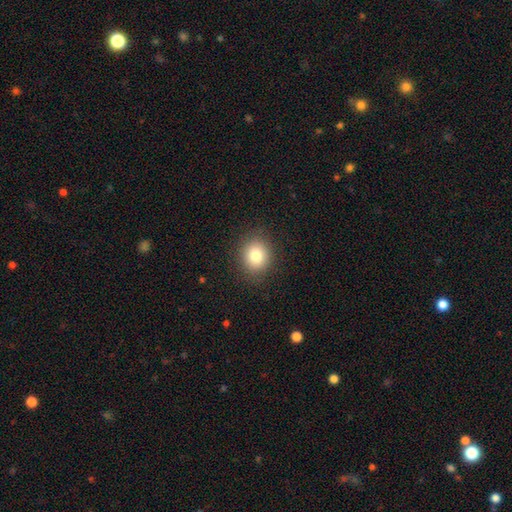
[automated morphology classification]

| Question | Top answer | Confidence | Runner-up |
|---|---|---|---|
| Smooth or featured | smooth | 82% | star or artifact (11%) |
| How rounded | round | 75% | in between (24%) |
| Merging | none | 89% | minor disturbance (8%) |